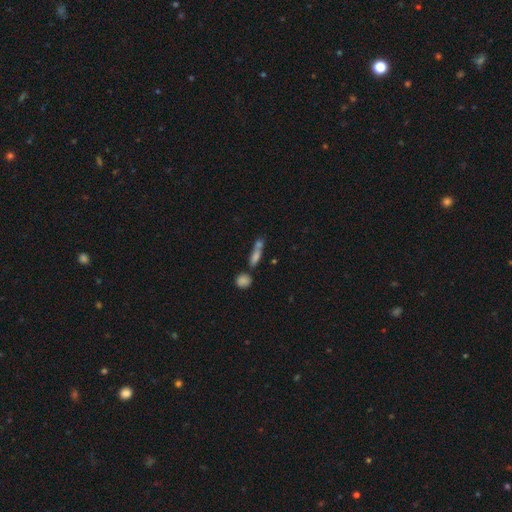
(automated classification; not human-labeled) Morphology: type=smooth (42%); merging=none (56%).